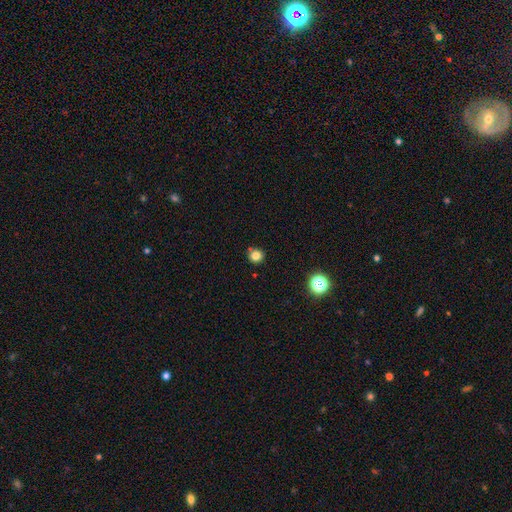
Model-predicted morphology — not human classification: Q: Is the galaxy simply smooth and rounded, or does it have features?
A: smooth — 81%.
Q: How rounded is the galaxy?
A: round — 91%.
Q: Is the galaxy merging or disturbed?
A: none — 82%.